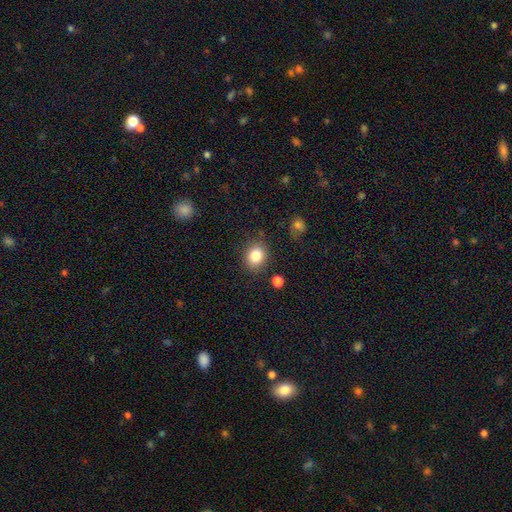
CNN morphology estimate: smooth_or_featured: smooth (p=0.83) [alt: star or artifact p=0.10]
how_rounded: round (p=0.67) [alt: in between p=0.33]
merging: none (p=0.83) [alt: minor disturbance p=0.11]